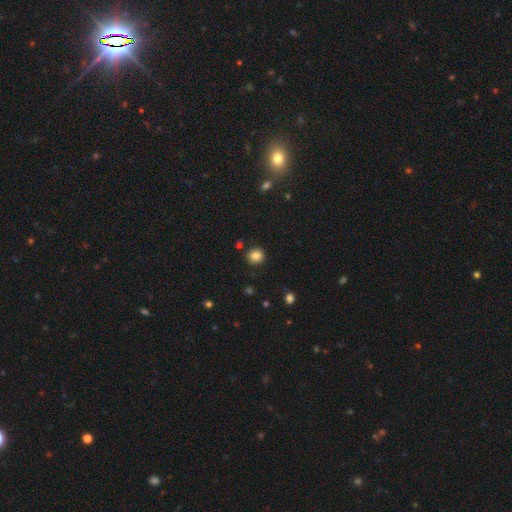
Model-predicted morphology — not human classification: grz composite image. It shows a smooth galaxy with no disk features (84%) that is round (87%). Merging: none (87%).